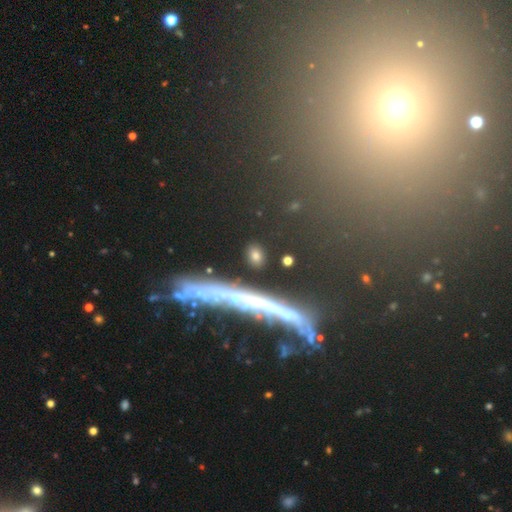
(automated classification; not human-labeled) smooth 75%, star or artifact 15%, featured or disk 10%. Down the decision tree: how rounded — round (45%, tied with in between); merging — none (86%).